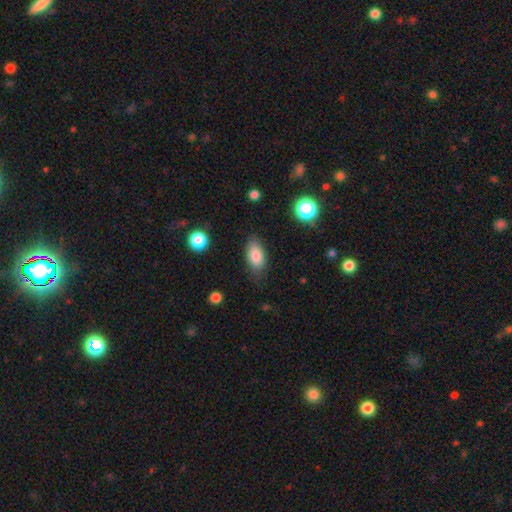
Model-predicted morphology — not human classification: Smooth or featured?
  - smooth: 83% *
  - featured or disk: 9%
  - star or artifact: 8%
How rounded?
  - in between: 89% *
  - cigar-shaped: 6%
  - round: 5%
Merging?
  - none: 74% *
  - minor disturbance: 19%
  - major disturbance: 5%
  - merger: 2%